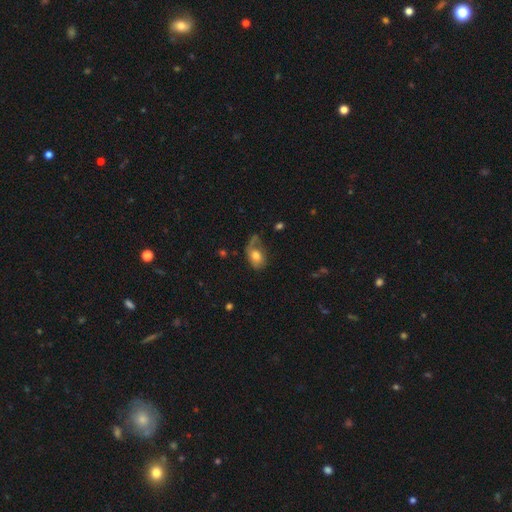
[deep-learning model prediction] A smooth galaxy with no disk features (57%) that is in between round and cigar-shaped (80%).

Vote fractions:
- Smooth or featured? smooth: 57% / featured or disk: 35% / star or artifact: 8%
- How rounded? in between: 80% / round: 18% / cigar-shaped: 2%
- Merging? none: 35% / major disturbance: 34% / minor disturbance: 26% / merger: 4%